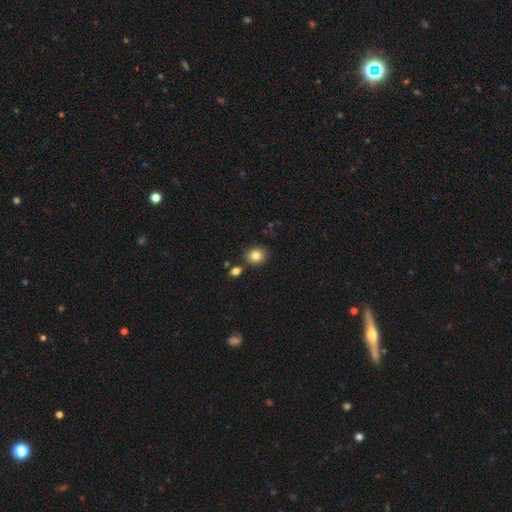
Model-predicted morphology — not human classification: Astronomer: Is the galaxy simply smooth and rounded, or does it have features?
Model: smooth — 82%.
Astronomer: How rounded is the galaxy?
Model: round — 62% (runner-up: in between, 38%).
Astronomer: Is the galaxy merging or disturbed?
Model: none — 80%.